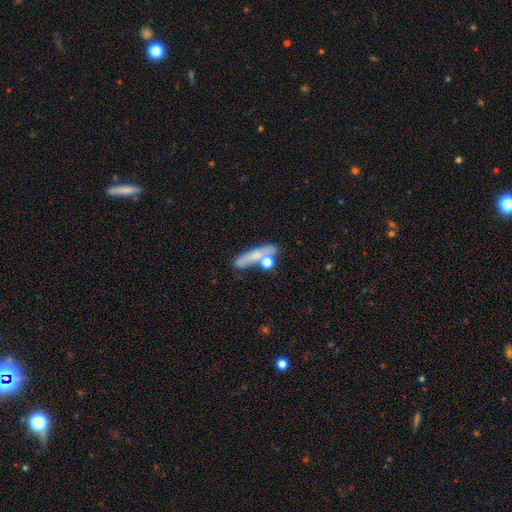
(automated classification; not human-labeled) Smooth or featured: smooth — 61% (featured or disk — 29%)
How rounded: cigar-shaped — 66% (in between — 25%)
Merging: none — 54% (merger — 21%)